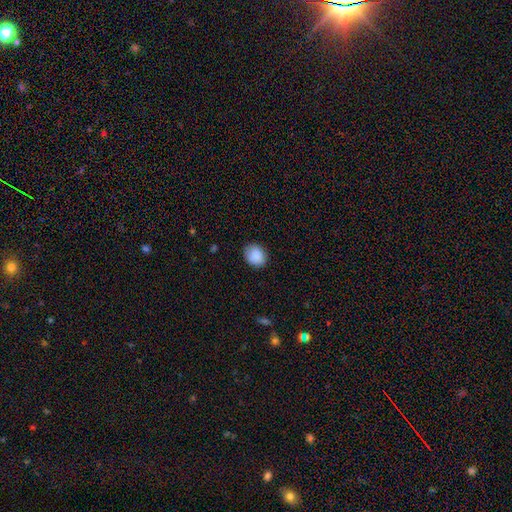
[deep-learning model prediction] Smooth or featured? Predicted: smooth (p=0.89). How rounded? Predicted: round (p=0.53). Merging? Predicted: none (p=0.82).